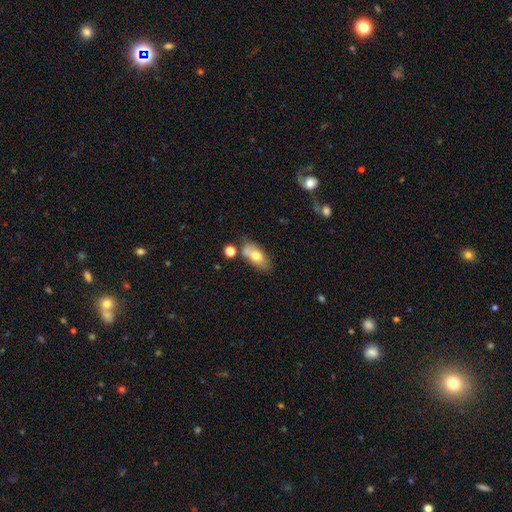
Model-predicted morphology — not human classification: Smooth or featured? Predicted: smooth (p=0.68). How rounded? Predicted: in between (p=0.85). Merging? Predicted: none (p=0.60).